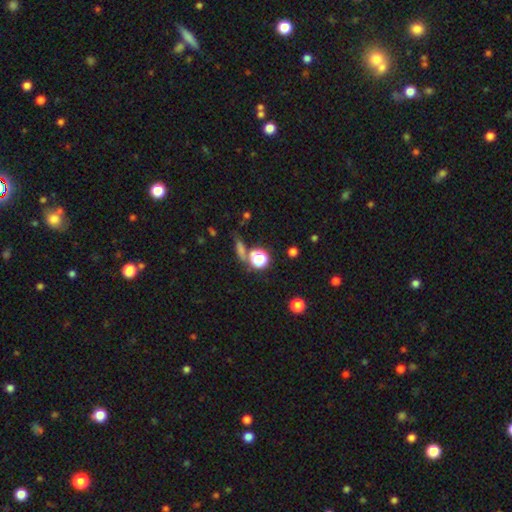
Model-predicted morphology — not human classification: smooth-or-featured: star or artifact: 48% | smooth: 39% | featured or disk: 13%